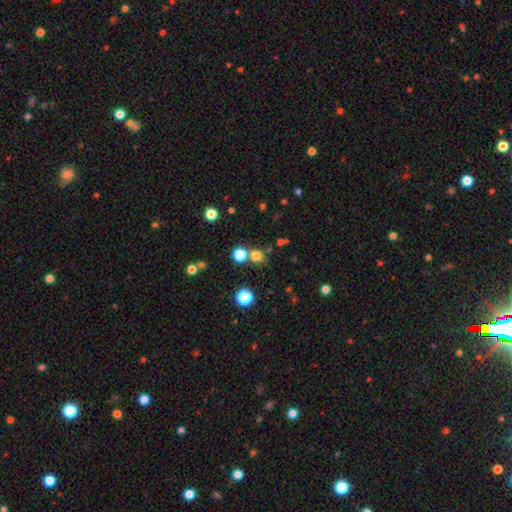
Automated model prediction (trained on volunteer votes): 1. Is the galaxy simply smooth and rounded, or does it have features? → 74% smooth, 20% star or artifact, 6% featured or disk.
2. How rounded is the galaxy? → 85% round, 14% in between, 1% cigar-shaped.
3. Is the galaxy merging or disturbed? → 70% none, 19% merger, 8% minor disturbance, 3% major disturbance.